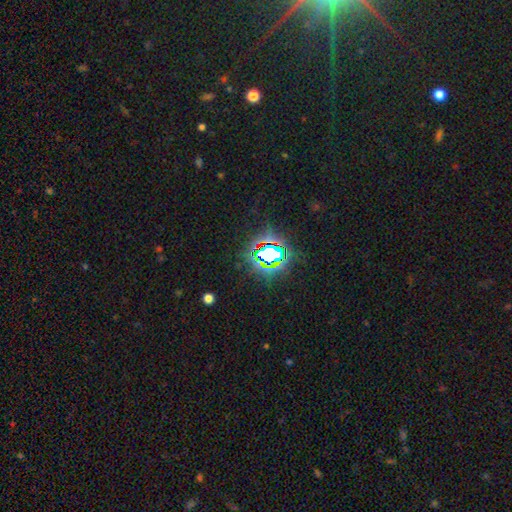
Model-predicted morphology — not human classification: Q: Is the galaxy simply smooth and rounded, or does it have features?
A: star or artifact — 78%.